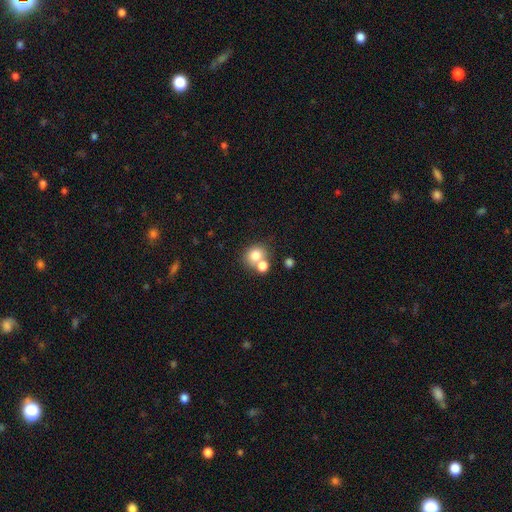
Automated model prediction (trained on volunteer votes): This is likely a smooth galaxy (77%). How rounded: likely round (71%). Merging: possibly none (47%).